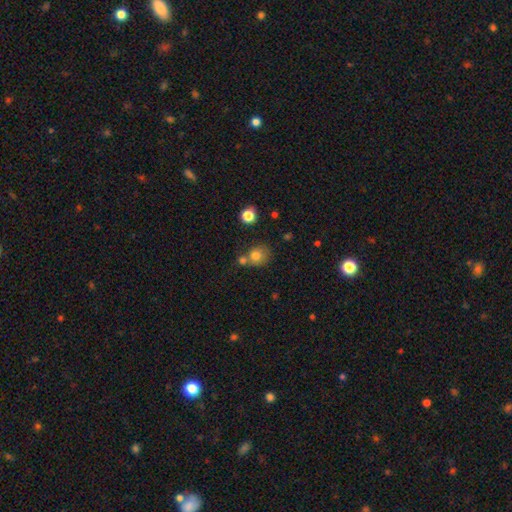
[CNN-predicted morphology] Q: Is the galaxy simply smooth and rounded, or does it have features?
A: smooth — 75%.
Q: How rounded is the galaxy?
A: round — 72%.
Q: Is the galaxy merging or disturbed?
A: none — 49%.